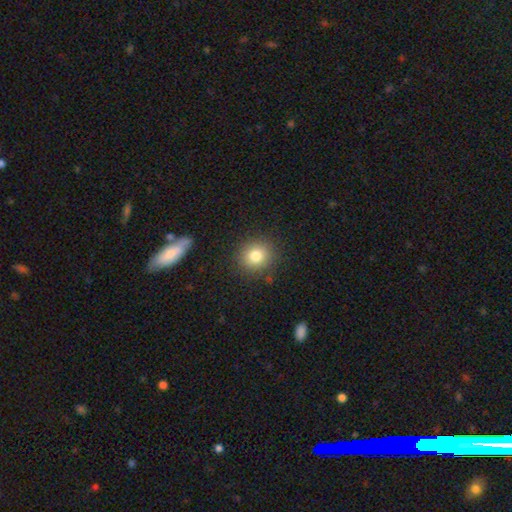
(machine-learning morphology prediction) smooth-or-featured: smooth: 81% | star or artifact: 11% | featured or disk: 8%
  how-rounded: round: 87% | in between: 13% | cigar-shaped: 1%
  merging: none: 88% | minor disturbance: 8% | major disturbance: 3% | merger: 2%